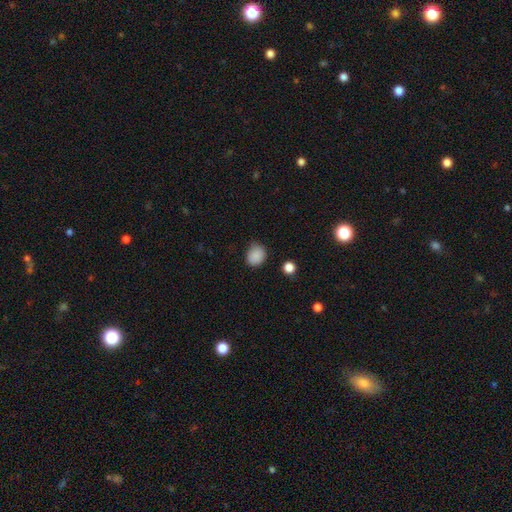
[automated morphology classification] type=smooth (87%); roundness=round (69%); merging=none (76%).